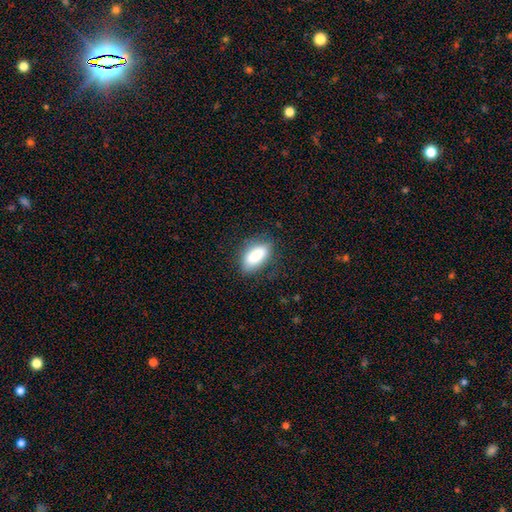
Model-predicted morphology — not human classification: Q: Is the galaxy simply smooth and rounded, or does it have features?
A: smooth — 86%.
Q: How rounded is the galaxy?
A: in between — 88%.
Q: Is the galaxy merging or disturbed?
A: none — 74%.